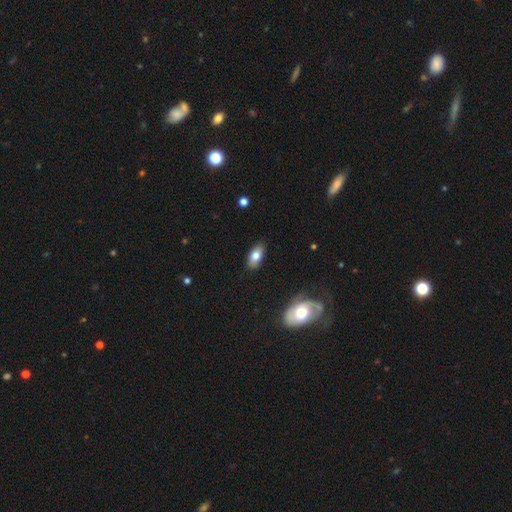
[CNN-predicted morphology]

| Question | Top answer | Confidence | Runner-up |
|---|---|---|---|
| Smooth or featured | smooth | 77% | featured or disk (16%) |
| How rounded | in between | 89% | cigar-shaped (7%) |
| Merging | none | 85% | minor disturbance (12%) |